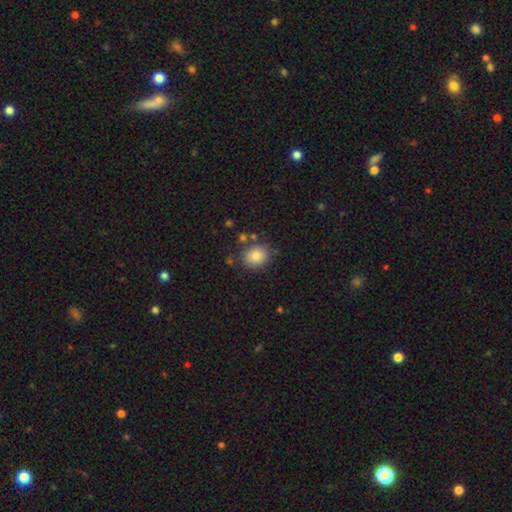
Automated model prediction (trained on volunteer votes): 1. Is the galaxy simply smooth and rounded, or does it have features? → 84% smooth, 9% star or artifact, 7% featured or disk.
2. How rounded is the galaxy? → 56% round, 43% in between, 1% cigar-shaped.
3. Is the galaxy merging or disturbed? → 78% none, 13% minor disturbance, 5% merger, 4% major disturbance.